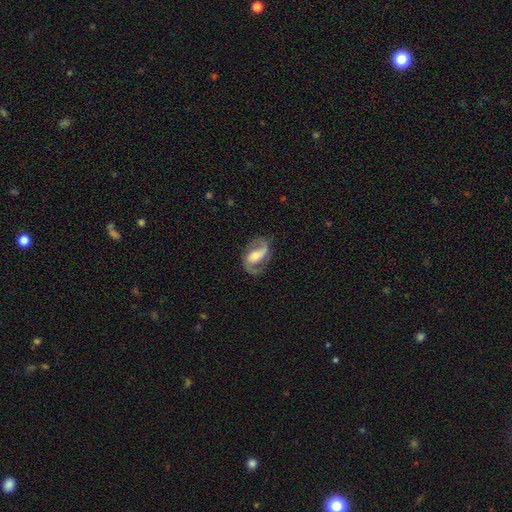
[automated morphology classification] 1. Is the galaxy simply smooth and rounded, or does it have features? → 84% featured or disk, 11% smooth, 5% star or artifact.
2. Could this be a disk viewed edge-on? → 97% no, 3% yes.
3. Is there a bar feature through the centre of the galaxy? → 38% weak (tied), 38% strong (tied), 24% no.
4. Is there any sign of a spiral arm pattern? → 95% yes, 5% no.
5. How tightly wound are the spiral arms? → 51% medium, 31% loose, 18% tight.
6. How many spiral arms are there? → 89% 2, 5% 1, 3% can't tell, 1% 3, 1% 4, 1% more than 4.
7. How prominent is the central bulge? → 54% moderate, 31% small, 10% large, 3% none, 1% dominant.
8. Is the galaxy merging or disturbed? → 76% none, 15% minor disturbance, 8% major disturbance, 1% merger.